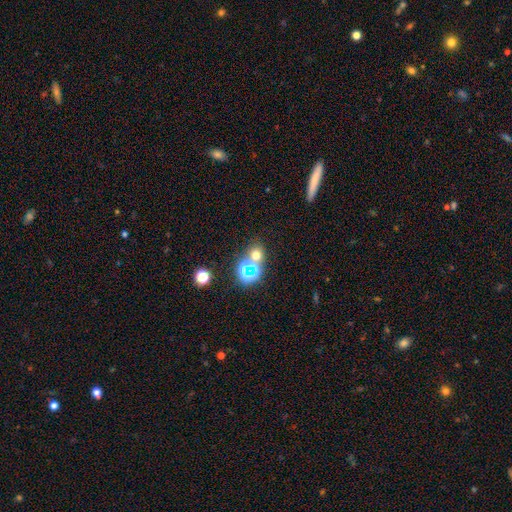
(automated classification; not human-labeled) Morphology: type=smooth (56%); roundness=round (79%); merging=none (64%).